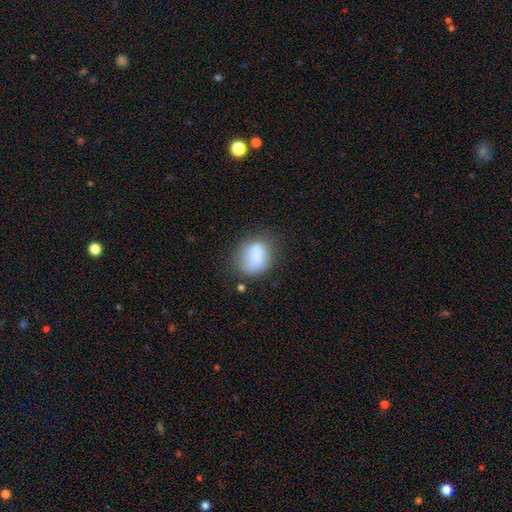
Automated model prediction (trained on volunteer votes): Smooth or featured? smooth (81%)
How rounded? in between (52%)
Merging? none (58%)